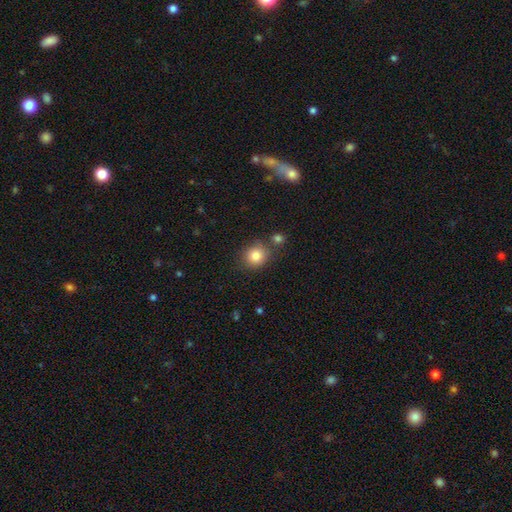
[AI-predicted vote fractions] A smooth galaxy with no disk features (83%) that is round (82%).

Vote fractions:
- Smooth or featured? smooth: 83% / star or artifact: 10% / featured or disk: 7%
- How rounded? round: 82% / in between: 17% / cigar-shaped: 1%
- Merging? none: 73% / merger: 12% / minor disturbance: 12% / major disturbance: 3%